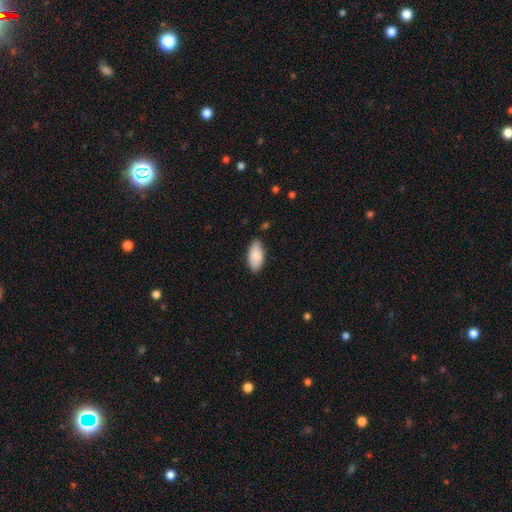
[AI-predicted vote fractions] smooth 86%, featured or disk 8%, star or artifact 6%. Down the decision tree: how rounded — in between (93%); merging — none (80%).